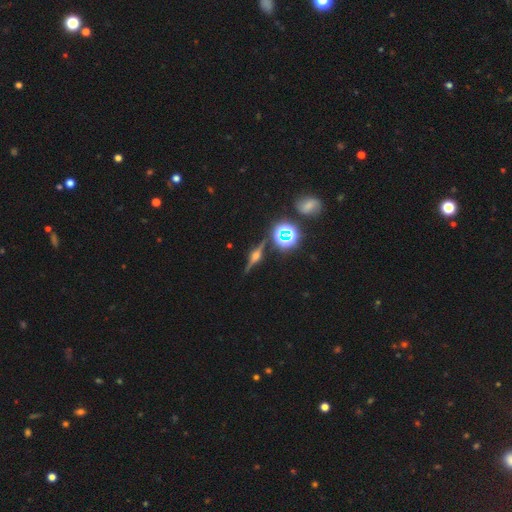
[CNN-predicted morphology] A featured or disk galaxy (77%) viewed edge-on (96%) with a rounded central bulge (94%). Merging: none (87%).